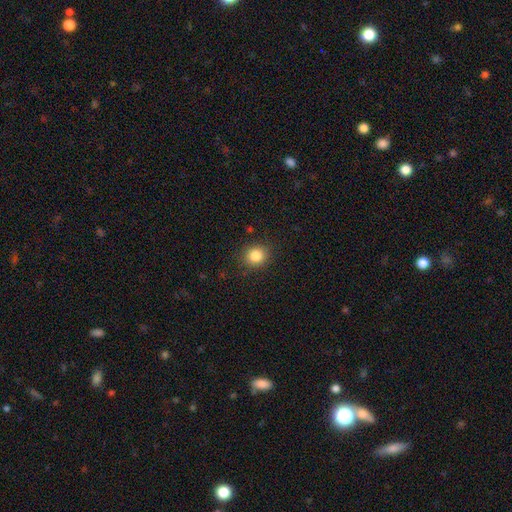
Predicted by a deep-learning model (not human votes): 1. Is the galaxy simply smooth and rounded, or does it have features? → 85% smooth, 10% star or artifact, 5% featured or disk.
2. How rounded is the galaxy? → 80% round, 19% in between, 1% cigar-shaped.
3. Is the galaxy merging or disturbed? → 88% none, 8% minor disturbance, 3% major disturbance, 1% merger.